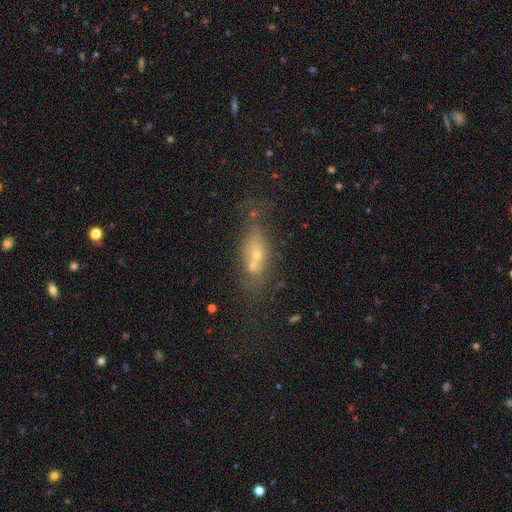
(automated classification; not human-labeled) smooth-or-featured: smooth: 52% | featured or disk: 31% | star or artifact: 17%
  how-rounded: in between: 63% | cigar-shaped: 25% | round: 12%
  merging: merger: 39% | none: 37% | minor disturbance: 14% | major disturbance: 10%